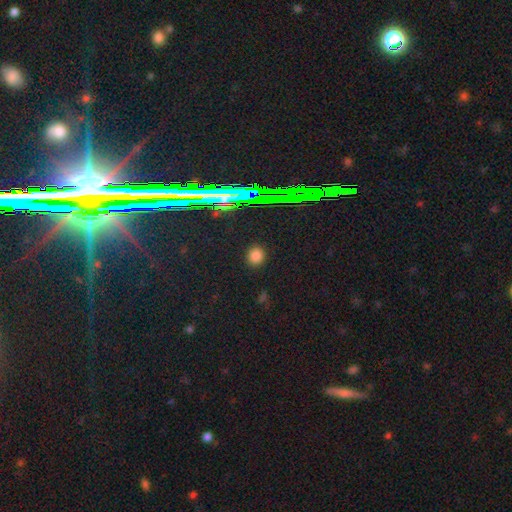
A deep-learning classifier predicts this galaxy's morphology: This appears to be a smooth galaxy with no disk features (77%) that is round (69%). Merging: none (91%).